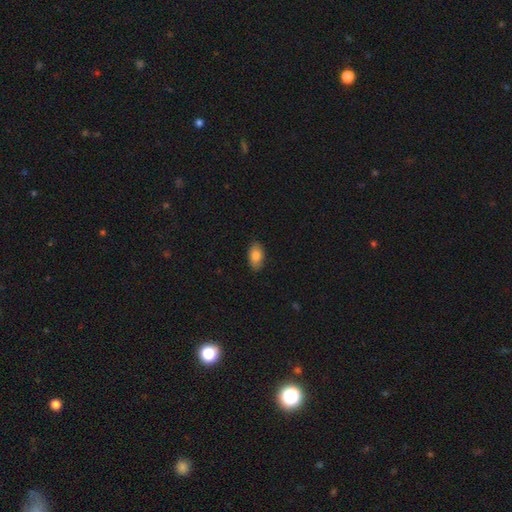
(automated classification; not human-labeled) This appears to be a smooth galaxy with no disk features (82%) that is in between round and cigar-shaped (91%). Merging: none (85%).